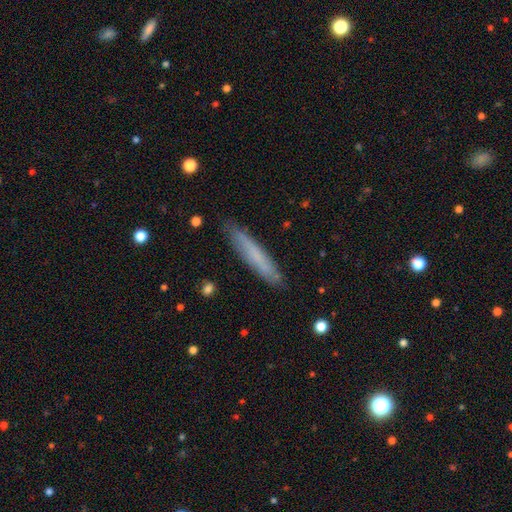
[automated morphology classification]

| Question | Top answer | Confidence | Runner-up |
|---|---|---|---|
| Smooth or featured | smooth | 65% | featured or disk (28%) |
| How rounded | cigar-shaped | 92% | in between (6%) |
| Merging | none | 86% | minor disturbance (11%) |